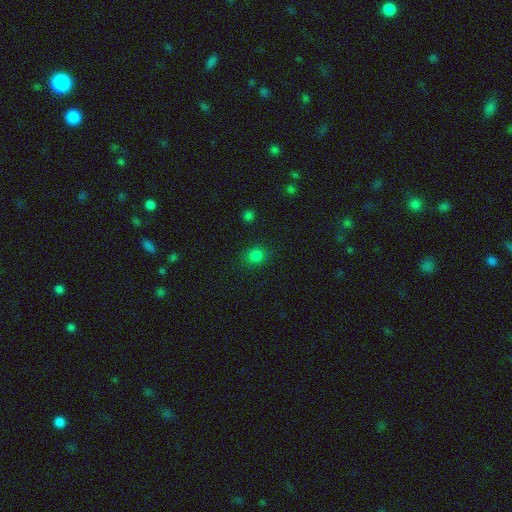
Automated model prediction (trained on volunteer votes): Smooth or featured? smooth (81%)
How rounded? round (73%)
Merging? none (85%)